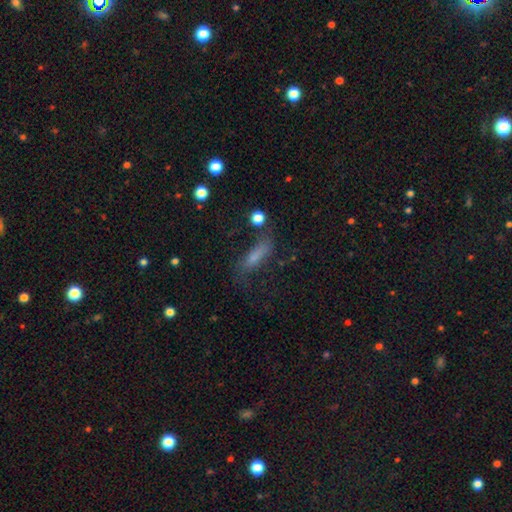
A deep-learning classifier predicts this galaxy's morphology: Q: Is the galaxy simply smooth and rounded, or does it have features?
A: smooth — 64%.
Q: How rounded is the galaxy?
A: cigar-shaped — 60%.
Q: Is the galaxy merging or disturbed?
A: none — 54%.